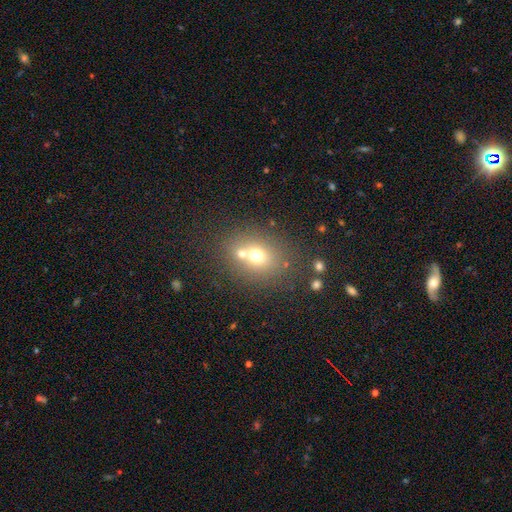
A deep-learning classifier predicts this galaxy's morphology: smooth 65%, featured or disk 18%, star or artifact 17%. Down the decision tree: how rounded — round (61%); merging — none (52%).